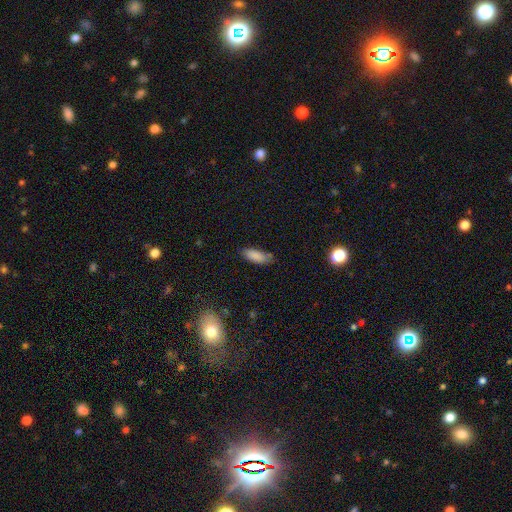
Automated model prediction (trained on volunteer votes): The model was most divided on "merging": none: 70%, minor disturbance: 23%, major disturbance: 4%, merger: 3%. More confident: smooth or featured — smooth (86%); how rounded — in between (76%).